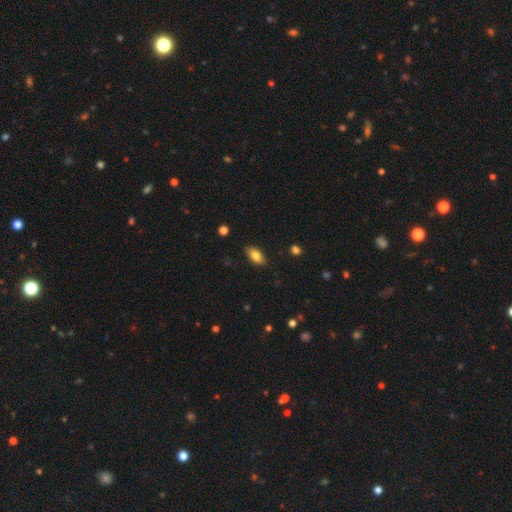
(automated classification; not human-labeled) smooth 80%, featured or disk 13%, star or artifact 7%. Down the decision tree: how rounded — in between (88%); merging — none (85%).